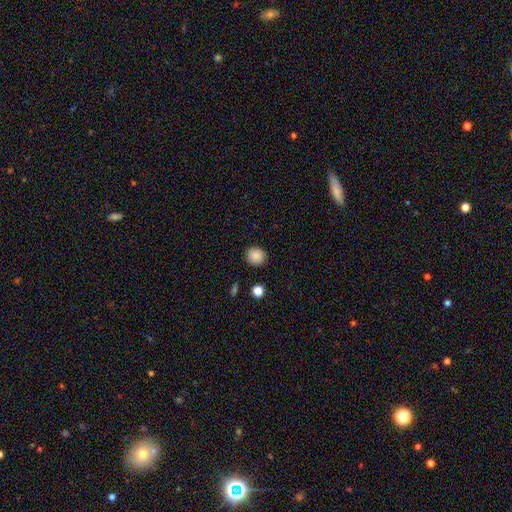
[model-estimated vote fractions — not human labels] smooth_or_featured: smooth (p=0.88) [alt: star or artifact p=0.09]
how_rounded: round (p=0.83) [alt: in between p=0.16]
merging: none (p=0.90) [alt: minor disturbance p=0.07]